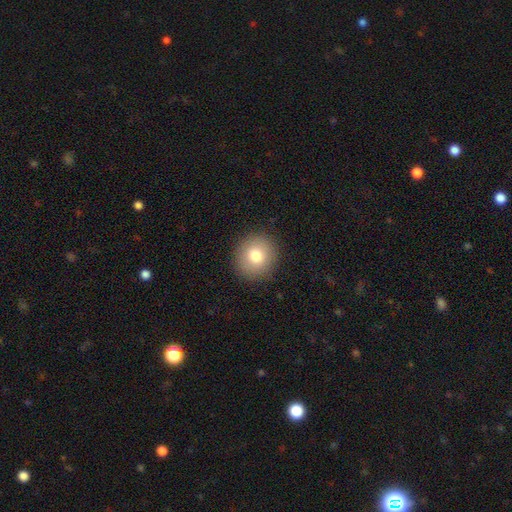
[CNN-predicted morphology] This appears to be a smooth galaxy with no disk features (78%) that is round (90%). Merging: none (90%).